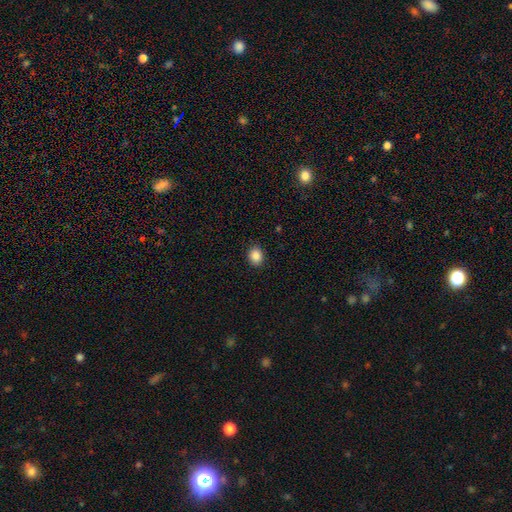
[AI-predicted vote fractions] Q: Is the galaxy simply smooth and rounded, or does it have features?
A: smooth — 87%.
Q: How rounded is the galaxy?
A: round — 55%.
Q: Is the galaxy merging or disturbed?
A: none — 90%.